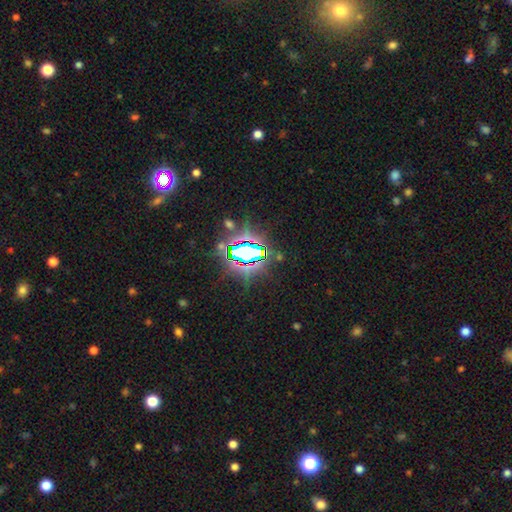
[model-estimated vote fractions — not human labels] Smooth or featured?
  - star or artifact: 80% *
  - smooth: 11%
  - featured or disk: 9%